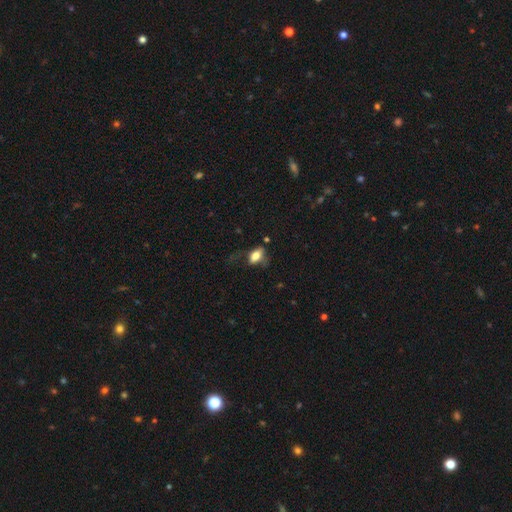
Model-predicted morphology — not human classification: Smooth or featured?
  - smooth: 72% *
  - featured or disk: 19%
  - star or artifact: 9%
How rounded?
  - in between: 84% *
  - round: 10%
  - cigar-shaped: 6%
Merging?
  - none: 37% *
  - major disturbance: 31%
  - minor disturbance: 29%
  - merger: 4%